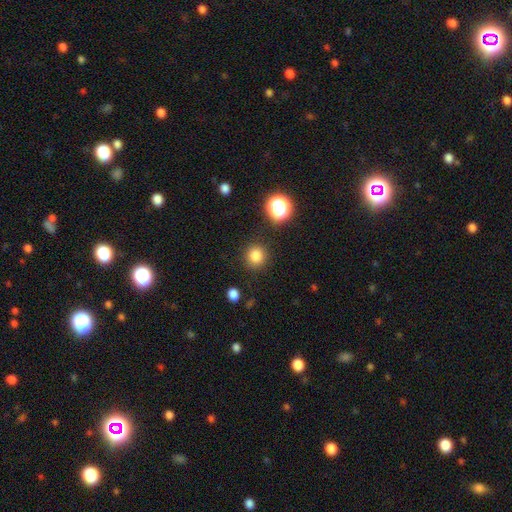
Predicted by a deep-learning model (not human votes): The model was most divided on "smooth or featured": smooth: 83%, star or artifact: 13%, featured or disk: 5%. More confident: how rounded — round (91%); merging — none (88%).